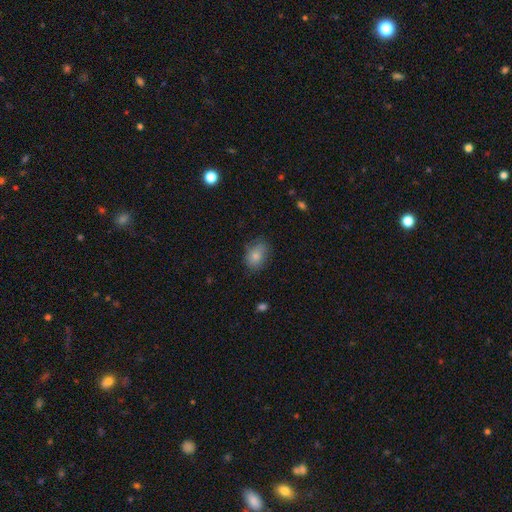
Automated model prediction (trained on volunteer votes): This appears to be a smooth galaxy with no disk features (82%) that is in between round and cigar-shaped (76%). Merging: none (70%).